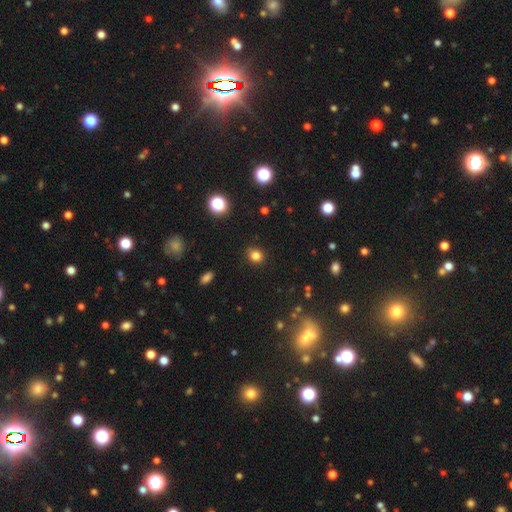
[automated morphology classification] smooth_or_featured: smooth (p=0.81) [alt: star or artifact p=0.14]
how_rounded: round (p=0.67) [alt: in between p=0.32]
merging: none (p=0.85) [alt: minor disturbance p=0.11]